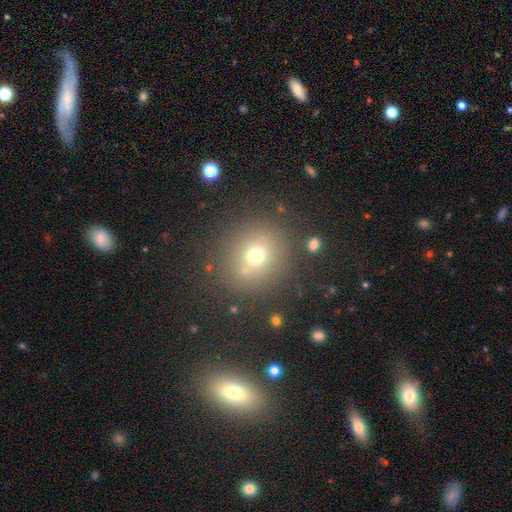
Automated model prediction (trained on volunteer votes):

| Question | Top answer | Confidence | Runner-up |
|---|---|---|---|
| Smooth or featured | smooth | 67% | star or artifact (20%) |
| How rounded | round | 88% | in between (11%) |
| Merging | none | 79% | minor disturbance (10%) |